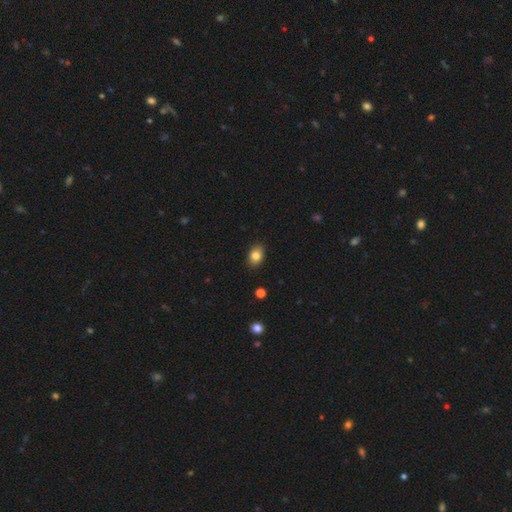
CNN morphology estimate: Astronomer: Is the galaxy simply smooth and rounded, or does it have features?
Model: smooth — 83%.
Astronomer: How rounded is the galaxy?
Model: in between — 81%.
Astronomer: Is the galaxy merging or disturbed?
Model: none — 88%.